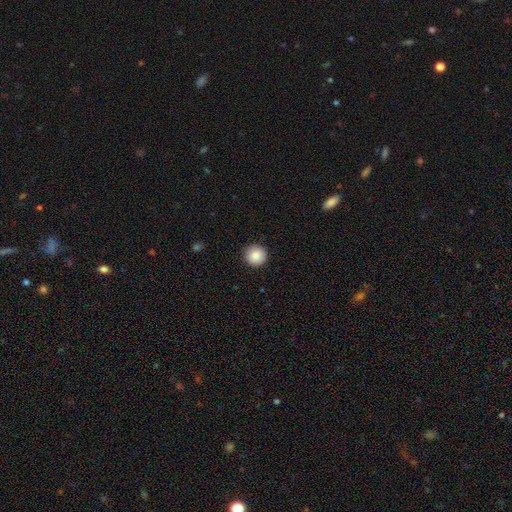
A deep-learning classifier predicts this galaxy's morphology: Smooth or featured: smooth — 87% (star or artifact — 8%)
How rounded: round — 96% (in between — 3%)
Merging: none — 92% (minor disturbance — 5%)